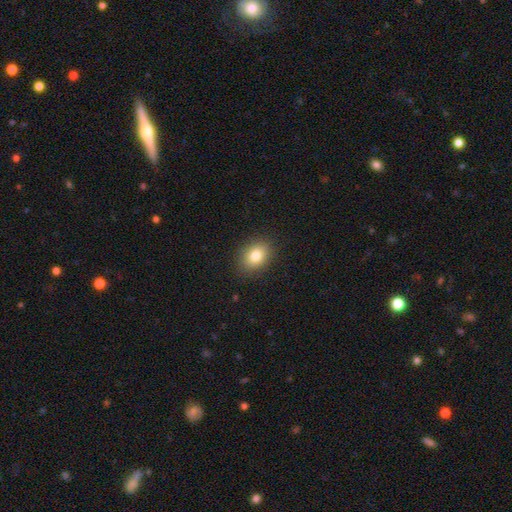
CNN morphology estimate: This is clearly a smooth galaxy (81%). How rounded: likely in between (68%). Merging: clearly none (88%).